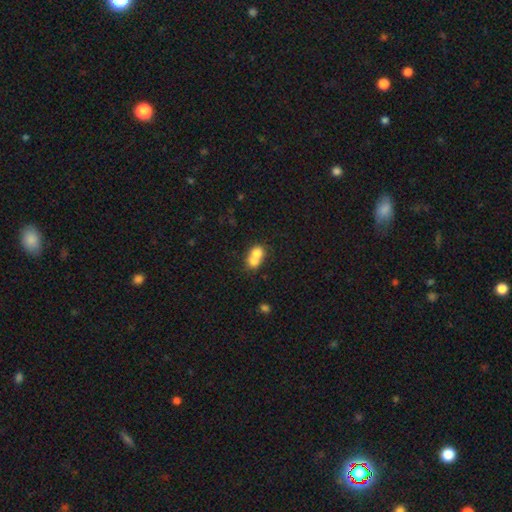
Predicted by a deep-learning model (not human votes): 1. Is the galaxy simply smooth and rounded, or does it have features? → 71% smooth, 19% featured or disk, 10% star or artifact.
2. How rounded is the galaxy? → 58% round, 40% in between, 1% cigar-shaped.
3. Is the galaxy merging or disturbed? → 70% merger, 21% none, 6% minor disturbance, 3% major disturbance.